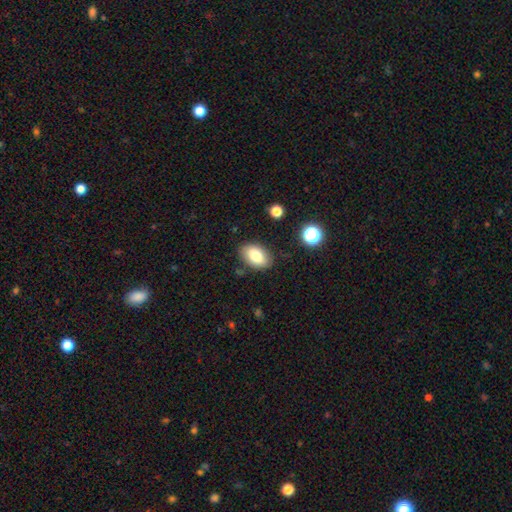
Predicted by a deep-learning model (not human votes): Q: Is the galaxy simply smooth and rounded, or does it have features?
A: smooth — 80%.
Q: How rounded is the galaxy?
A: in between — 88%.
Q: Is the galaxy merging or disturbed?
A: none — 83%.